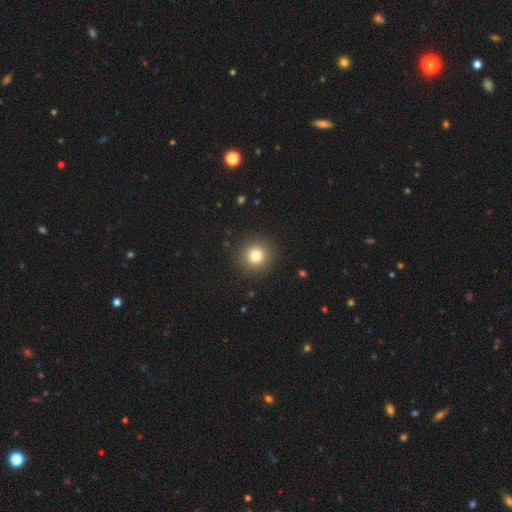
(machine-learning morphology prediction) The model was most divided on "smooth or featured": smooth: 82%, star or artifact: 11%, featured or disk: 7%. More confident: how rounded — round (94%); merging — none (91%).